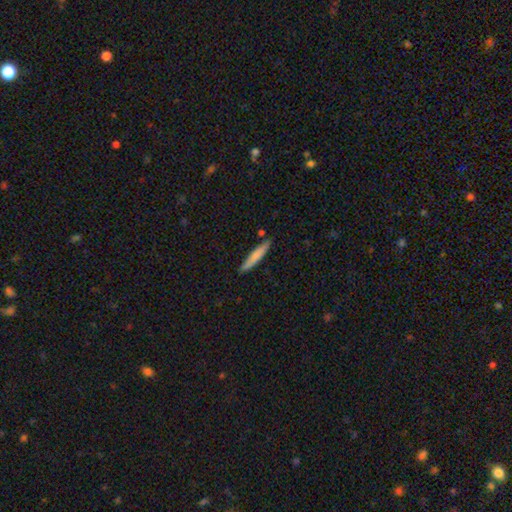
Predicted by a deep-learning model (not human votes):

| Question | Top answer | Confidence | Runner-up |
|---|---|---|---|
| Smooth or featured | smooth | 74% | featured or disk (20%) |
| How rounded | cigar-shaped | 92% | in between (6%) |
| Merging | none | 85% | minor disturbance (11%) |